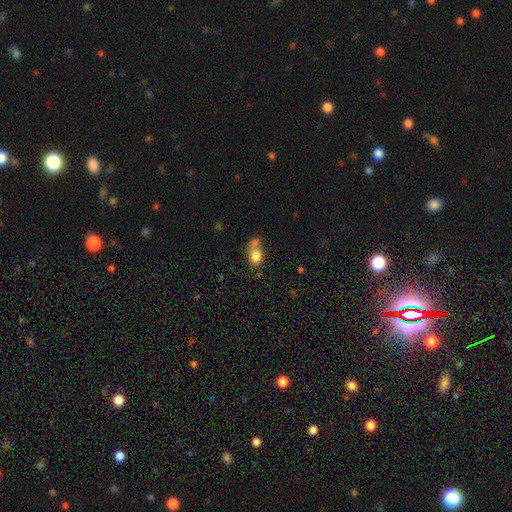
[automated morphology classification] smooth 78%, featured or disk 12%, star or artifact 10%. Down the decision tree: how rounded — in between (63%); merging — merger (44%).